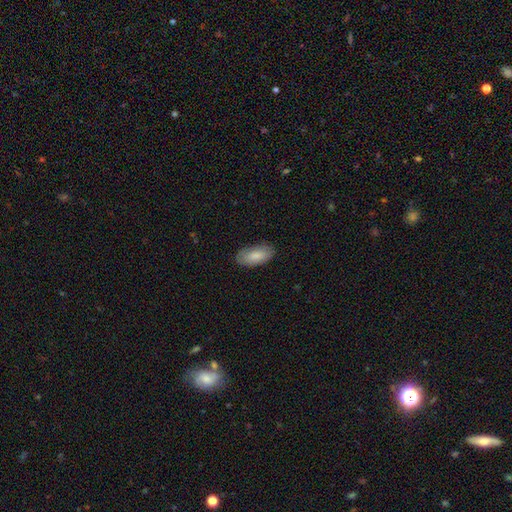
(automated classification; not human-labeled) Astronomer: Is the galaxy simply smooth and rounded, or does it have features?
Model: smooth — 85%.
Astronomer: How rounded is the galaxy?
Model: in between — 92%.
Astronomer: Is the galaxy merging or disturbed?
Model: none — 83%.